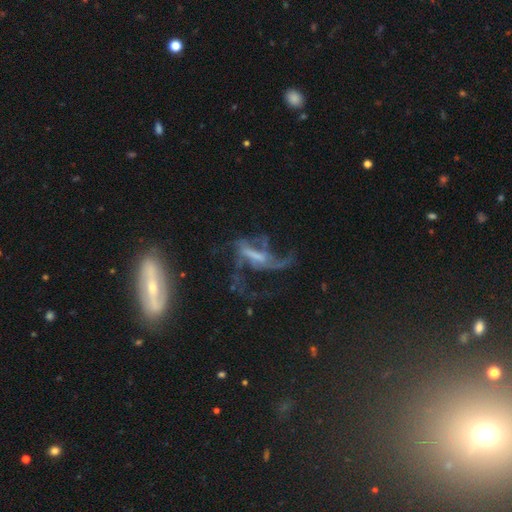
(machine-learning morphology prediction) Q: Smooth or featured?
A: featured or disk (73%); runner-up: star or artifact (14%)
Q: Edge-on disk?
A: no (92%); runner-up: yes (8%)
Q: Bar?
A: weak (36%); runner-up: strong (34%)
Q: Spiral arms?
A: yes (73%); runner-up: no (27%)
Q: Bulge size?
A: none (44%); runner-up: small (25%)
Q: Merging?
A: major disturbance (48%); runner-up: none (29%)